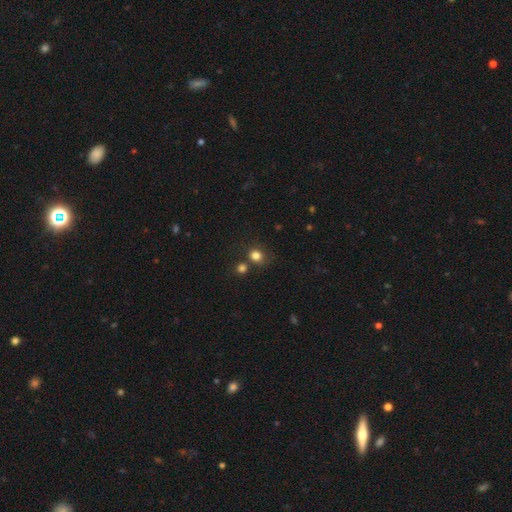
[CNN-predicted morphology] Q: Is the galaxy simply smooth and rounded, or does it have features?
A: smooth — 80%.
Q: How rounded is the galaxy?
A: round — 80%.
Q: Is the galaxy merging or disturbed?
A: none — 66%.